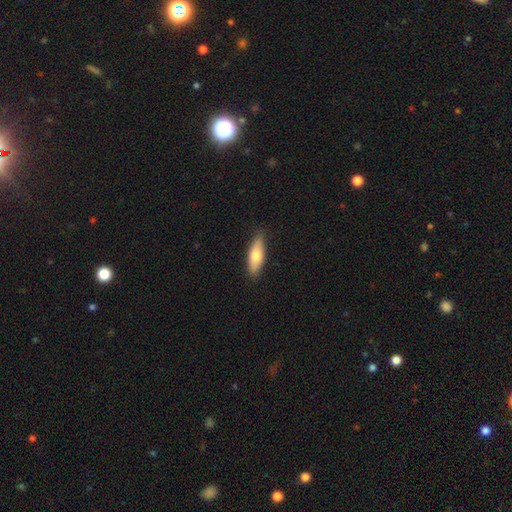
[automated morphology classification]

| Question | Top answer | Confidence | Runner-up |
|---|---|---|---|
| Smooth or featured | smooth | 71% | featured or disk (23%) |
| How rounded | in between | 63% | cigar-shaped (34%) |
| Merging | none | 86% | minor disturbance (11%) |